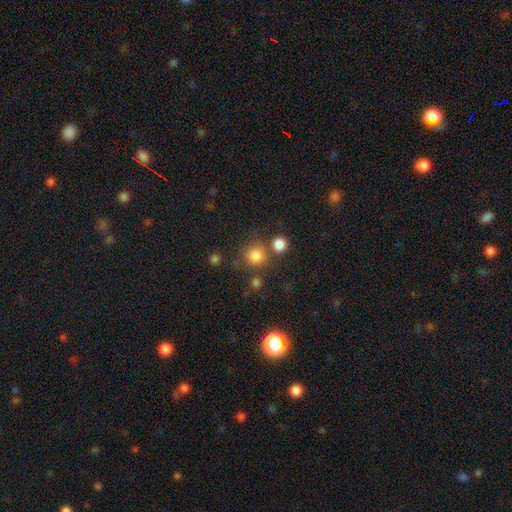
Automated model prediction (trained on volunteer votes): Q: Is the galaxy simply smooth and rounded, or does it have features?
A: smooth — 81%.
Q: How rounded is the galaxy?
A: round — 91%.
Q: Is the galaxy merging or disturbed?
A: none — 71%.